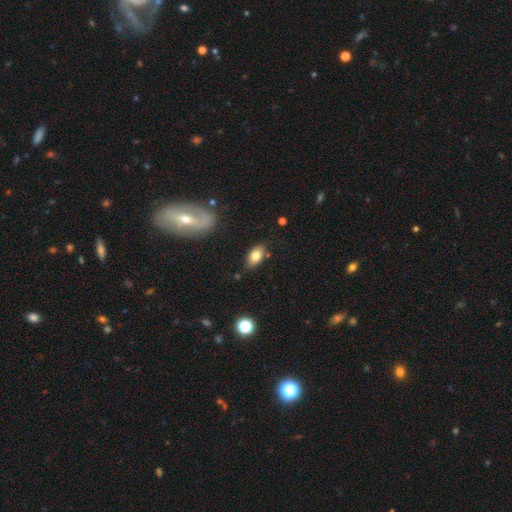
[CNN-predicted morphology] A smooth galaxy with no disk features (78%) that is in between round and cigar-shaped (90%).

Vote fractions:
- Smooth or featured? smooth: 78% / featured or disk: 14% / star or artifact: 8%
- How rounded? in between: 90% / round: 7% / cigar-shaped: 4%
- Merging? none: 79% / minor disturbance: 15% / major disturbance: 3% / merger: 3%